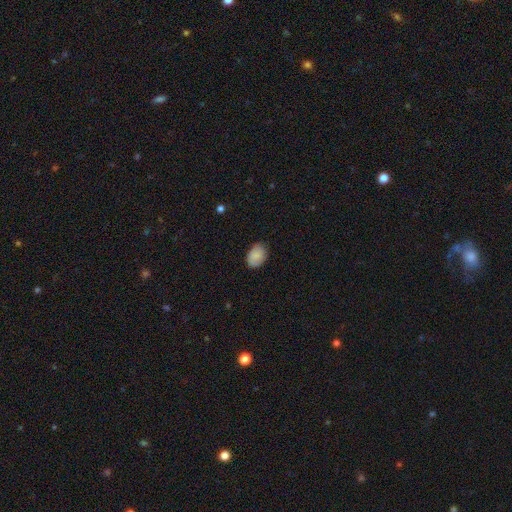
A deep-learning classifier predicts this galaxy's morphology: type=smooth (84%); roundness=in between (80%); merging=none (80%).